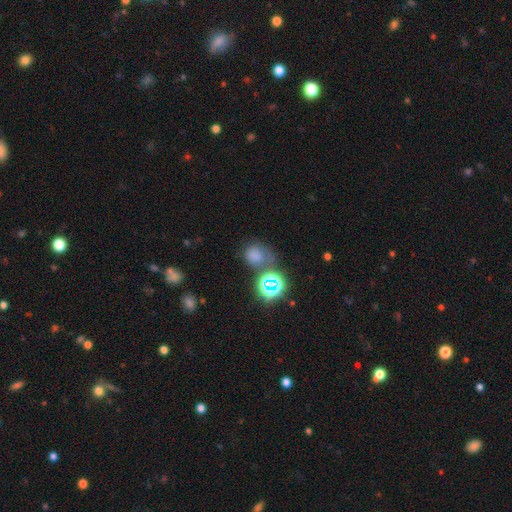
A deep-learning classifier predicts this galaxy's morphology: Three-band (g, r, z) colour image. It shows a smooth galaxy with no disk features (63%) that is round (72%). Merging: none (51%).